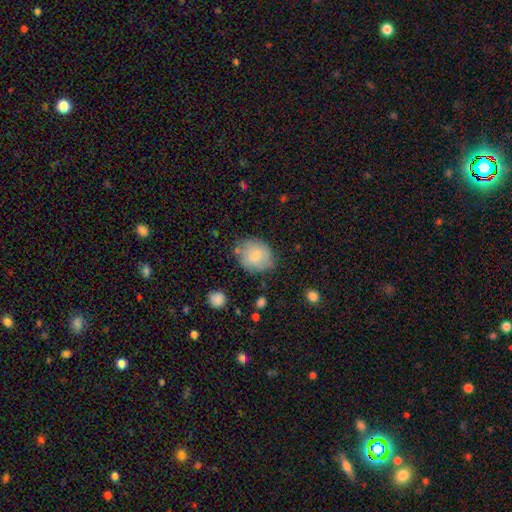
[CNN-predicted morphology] smooth 76%, featured or disk 16%, star or artifact 7%. Down the decision tree: how rounded — round (68%); merging — none (71%).